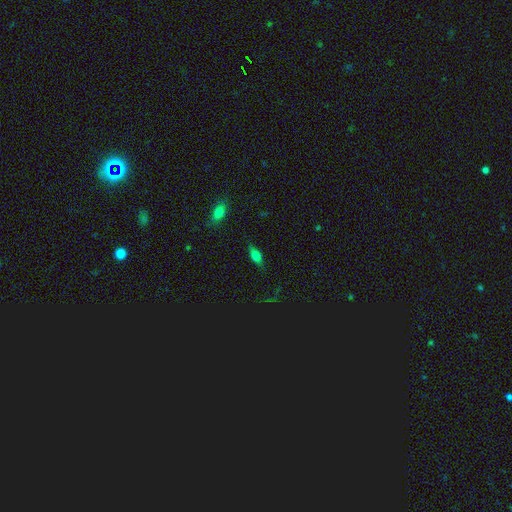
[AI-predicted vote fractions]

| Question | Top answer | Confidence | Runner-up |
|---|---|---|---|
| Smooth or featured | smooth | 61% | featured or disk (24%) |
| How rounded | in between | 74% | cigar-shaped (19%) |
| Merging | none | 75% | minor disturbance (18%) |